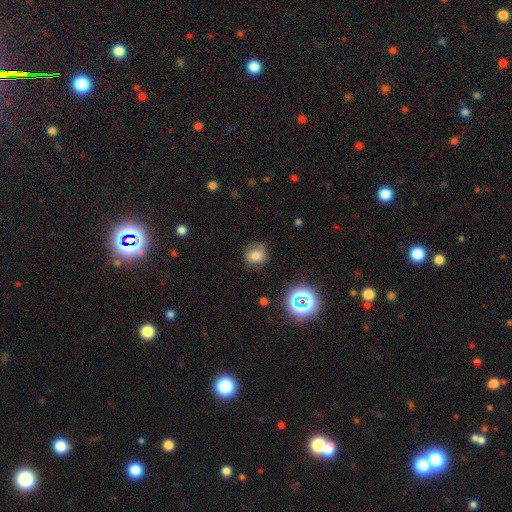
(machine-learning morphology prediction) This appears to be a smooth galaxy with no disk features (75%) that is round (82%). Merging: none (79%).